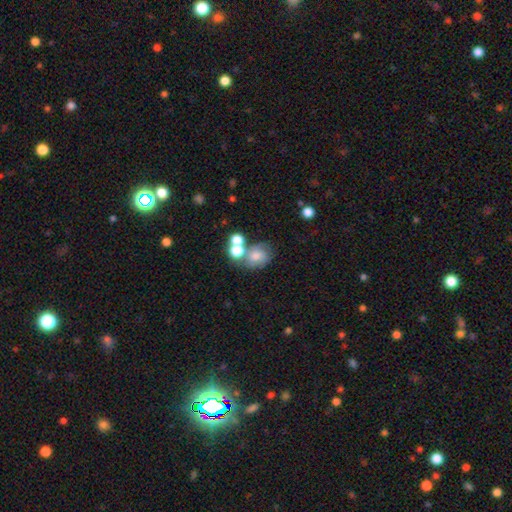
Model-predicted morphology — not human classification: smooth_or_featured: smooth (p=0.57) [alt: featured or disk p=0.28]
how_rounded: round (p=0.50) [alt: in between p=0.49]
merging: none (p=0.38) [alt: merger p=0.36]